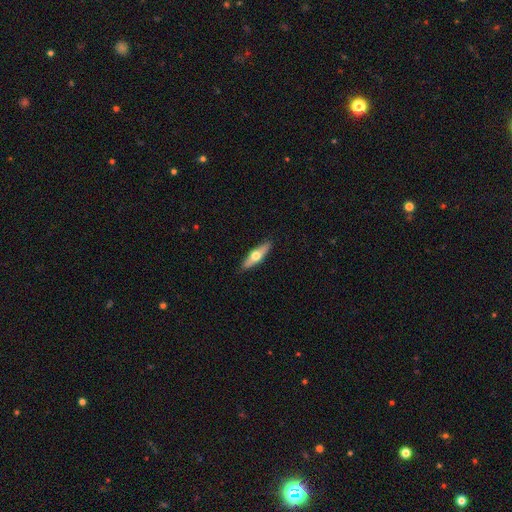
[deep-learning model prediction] Smooth or featured? featured or disk (52%)
Edge-on disk? yes (90%)
Merging? none (90%)